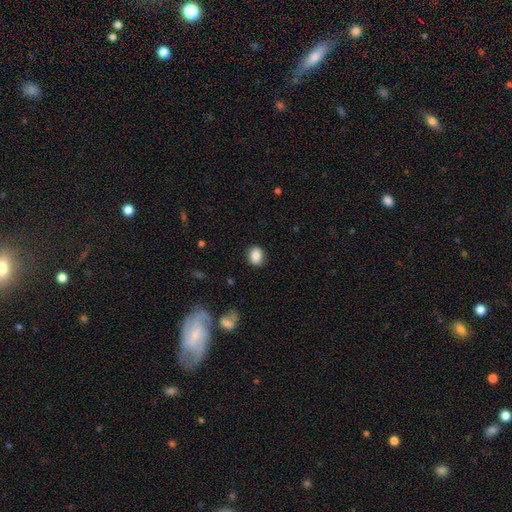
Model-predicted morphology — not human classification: A smooth galaxy with no disk features (86%) that is round (51%).

Vote fractions:
- Smooth or featured? smooth: 86% / star or artifact: 9% / featured or disk: 6%
- How rounded? round: 51% / in between: 48% / cigar-shaped: 1%
- Merging? none: 87% / minor disturbance: 9% / major disturbance: 3% / merger: 1%